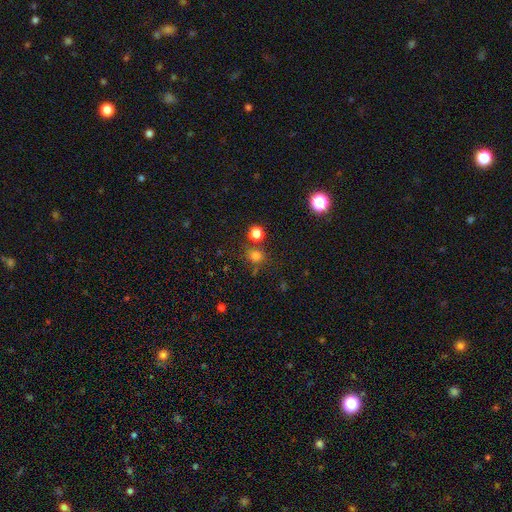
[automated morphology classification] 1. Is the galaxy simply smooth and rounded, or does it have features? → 74% smooth, 20% star or artifact, 6% featured or disk.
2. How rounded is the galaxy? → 87% round, 12% in between, 1% cigar-shaped.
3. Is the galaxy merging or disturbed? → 74% none, 12% merger, 10% minor disturbance, 4% major disturbance.